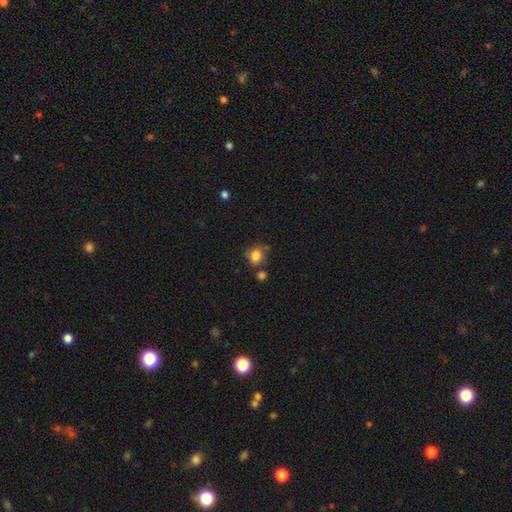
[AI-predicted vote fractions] Morphology: type=smooth (83%); roundness=round (77%); merging=none (68%).